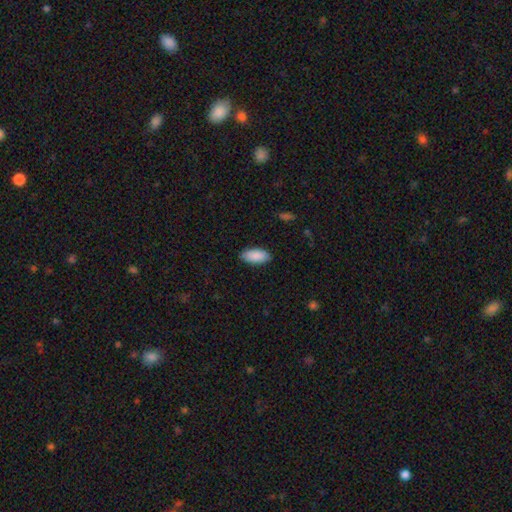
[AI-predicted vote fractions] A smooth galaxy with no disk features (90%) that is in between round and cigar-shaped (92%).

Vote fractions:
- Smooth or featured? smooth: 90% / star or artifact: 6% / featured or disk: 4%
- How rounded? in between: 92% / cigar-shaped: 6% / round: 2%
- Merging? none: 87% / minor disturbance: 10% / major disturbance: 2% / merger: 1%